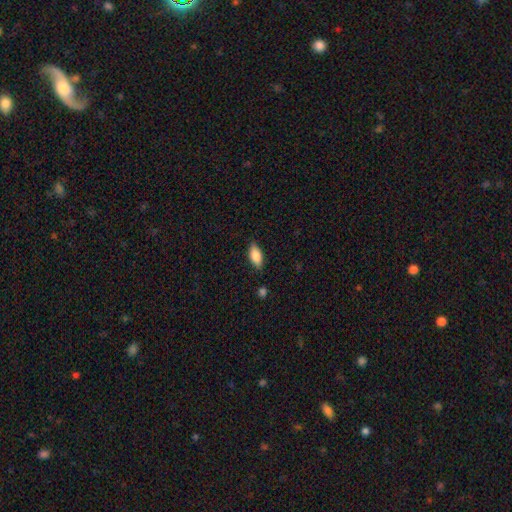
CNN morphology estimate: smooth 83%, featured or disk 10%, star or artifact 7%. Down the decision tree: how rounded — in between (88%); merging — none (82%).